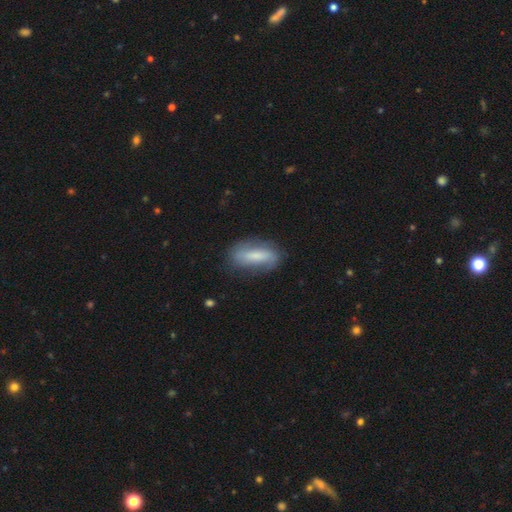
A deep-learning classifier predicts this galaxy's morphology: Smooth or featured?
  - smooth: 54% *
  - featured or disk: 38%
  - star or artifact: 8%
How rounded?
  - in between: 65% *
  - cigar-shaped: 32%
  - round: 4%
Merging?
  - none: 76% *
  - minor disturbance: 17%
  - major disturbance: 5%
  - merger: 2%